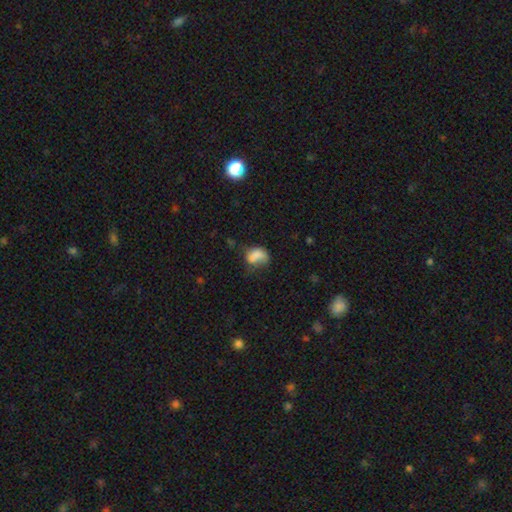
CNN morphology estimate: A smooth galaxy with no disk features (74%) that is in between round and cigar-shaped (71%). Merging: none (32%).